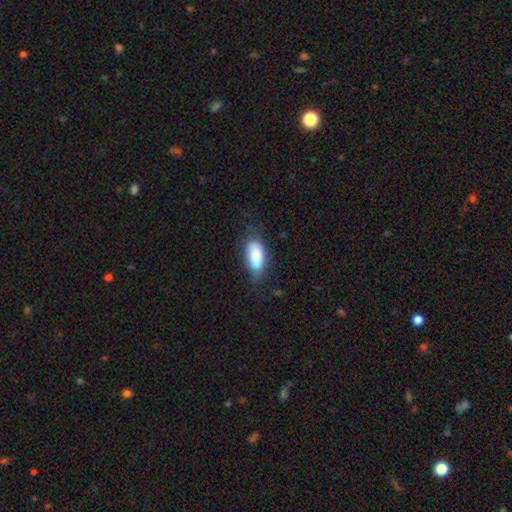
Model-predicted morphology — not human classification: smooth_or_featured: smooth (p=0.83) [alt: featured or disk p=0.10]
how_rounded: in between (p=0.90) [alt: cigar-shaped p=0.08]
merging: none (p=0.63) [alt: minor disturbance p=0.26]